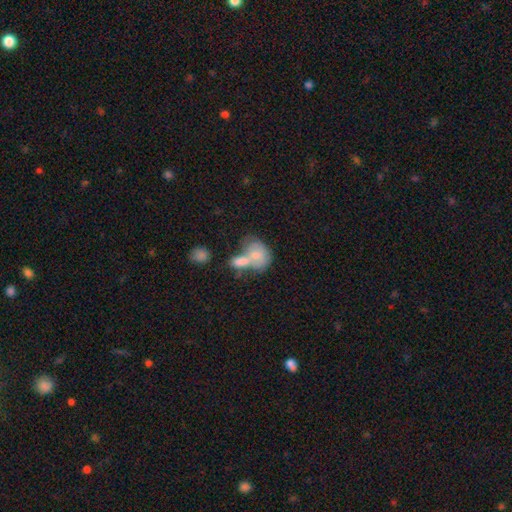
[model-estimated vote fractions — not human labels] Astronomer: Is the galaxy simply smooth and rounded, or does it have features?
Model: smooth — 69%.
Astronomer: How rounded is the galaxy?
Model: in between — 71%.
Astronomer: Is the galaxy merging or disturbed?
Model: merger — 65%.